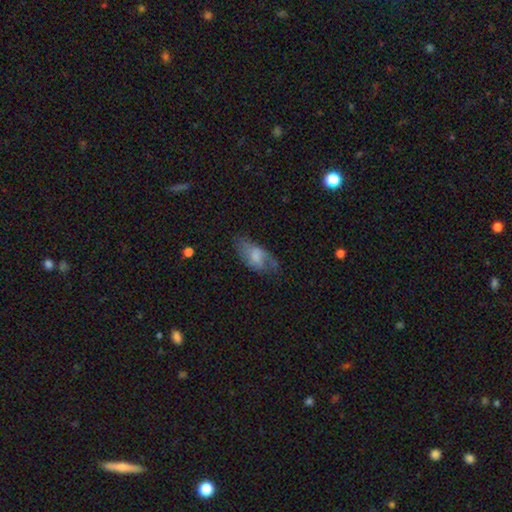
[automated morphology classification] Smooth or featured?
  - smooth: 60% *
  - featured or disk: 32%
  - star or artifact: 8%
How rounded?
  - in between: 88% *
  - cigar-shaped: 8%
  - round: 4%
Merging?
  - none: 52% *
  - minor disturbance: 28%
  - major disturbance: 17%
  - merger: 2%